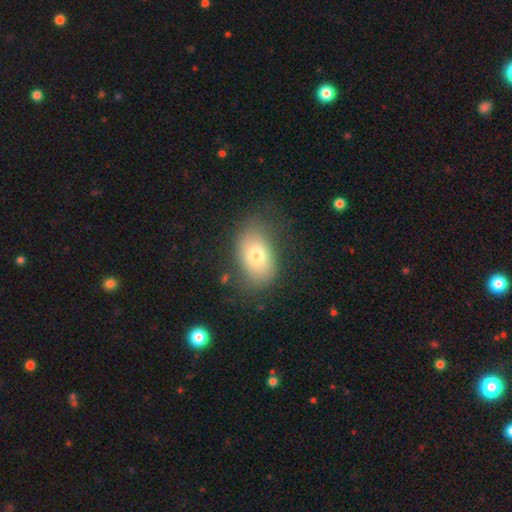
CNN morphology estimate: Smooth or featured: smooth — 73% (featured or disk — 19%)
How rounded: in between — 85% (round — 13%)
Merging: none — 68% (minor disturbance — 21%)